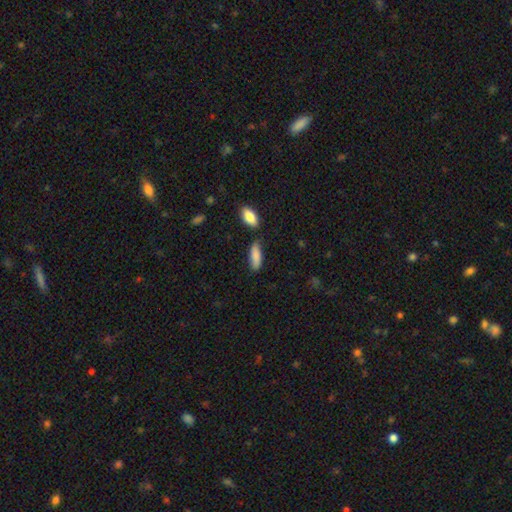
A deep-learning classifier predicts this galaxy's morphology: smooth-or-featured: smooth: 86% | featured or disk: 8% | star or artifact: 6%
  how-rounded: in between: 60% | cigar-shaped: 38% | round: 2%
  merging: none: 69% | minor disturbance: 18% | merger: 9% | major disturbance: 4%